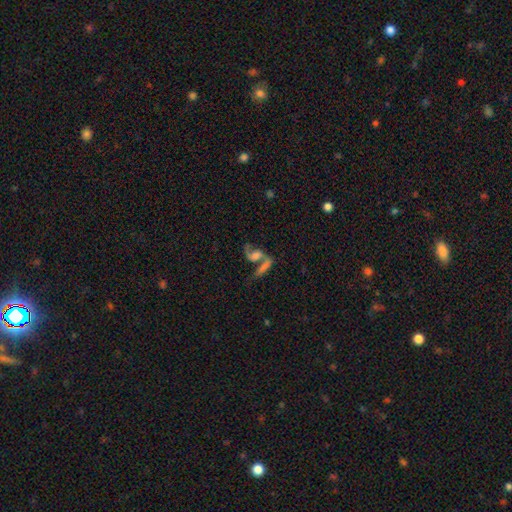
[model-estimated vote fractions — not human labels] Overall: featured or disk (71%). Edge-on disk: no (93%). Bar: no (56%; weak 32%). Spiral arms: yes (88%). Spiral arm count: 2 (83%). Spiral winding: loose (66%; medium 27%). Bulge size: moderate (33%; small 23%). Merging: merger (42%; none 33%).